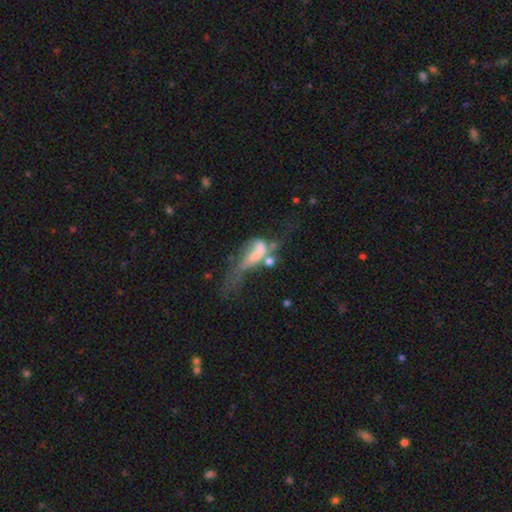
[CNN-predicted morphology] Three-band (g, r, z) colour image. It shows a featured or disk galaxy (50%). Merging: major disturbance (44%).